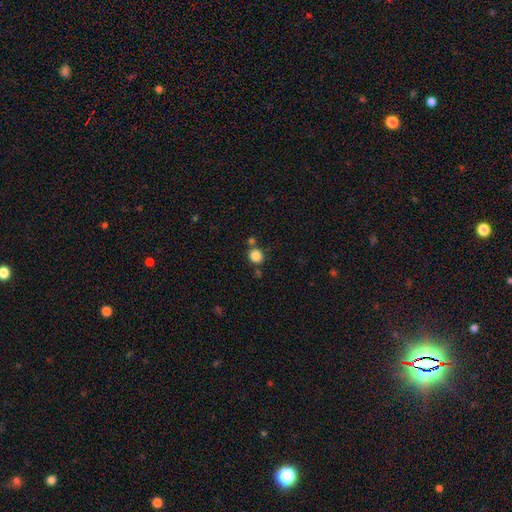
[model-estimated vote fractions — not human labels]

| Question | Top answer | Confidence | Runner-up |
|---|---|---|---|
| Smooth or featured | smooth | 85% | star or artifact (11%) |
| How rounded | round | 84% | in between (15%) |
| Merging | none | 72% | merger (15%) |